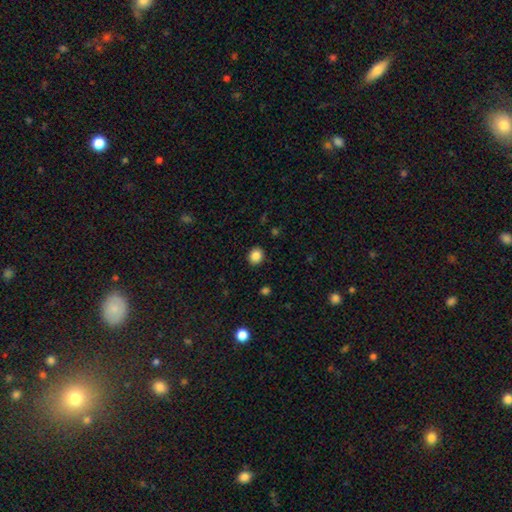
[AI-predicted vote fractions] This appears to be a smooth galaxy with no disk features (86%) that is round (74%). Merging: none (91%).